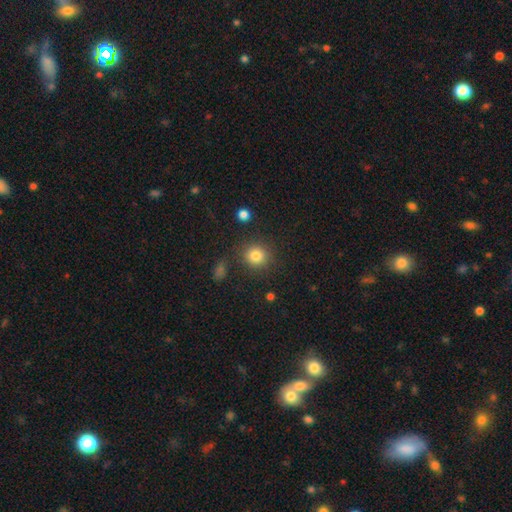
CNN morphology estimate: A smooth galaxy with no disk features (83%) that is round (89%).

Vote fractions:
- Smooth or featured? smooth: 83% / star or artifact: 11% / featured or disk: 6%
- How rounded? round: 89% / in between: 10% / cigar-shaped: 1%
- Merging? none: 83% / minor disturbance: 9% / major disturbance: 4% / merger: 4%